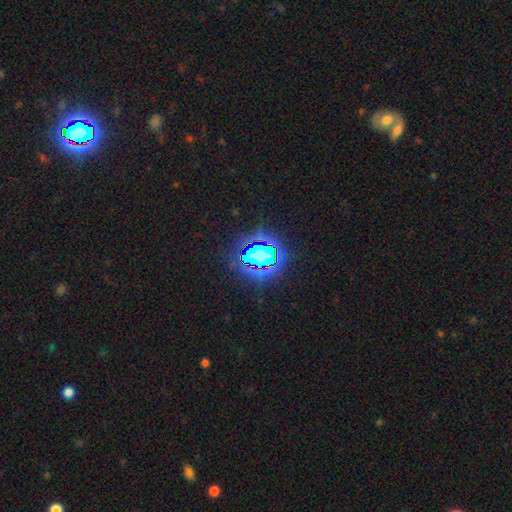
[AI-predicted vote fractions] smooth-or-featured: star or artifact: 66% | smooth: 23% | featured or disk: 12%